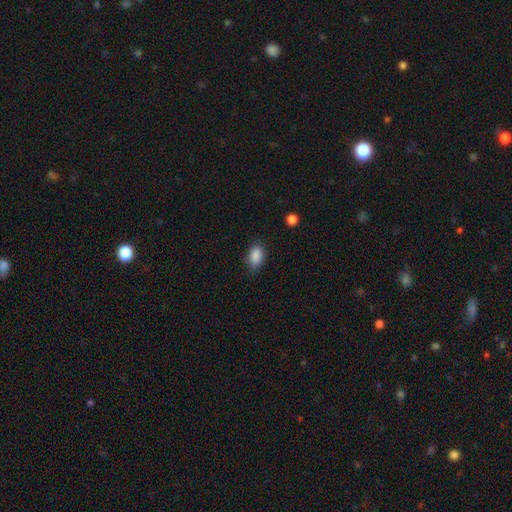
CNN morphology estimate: Overall: smooth (88%). How rounded: in between (88%). Merging: none (75%).